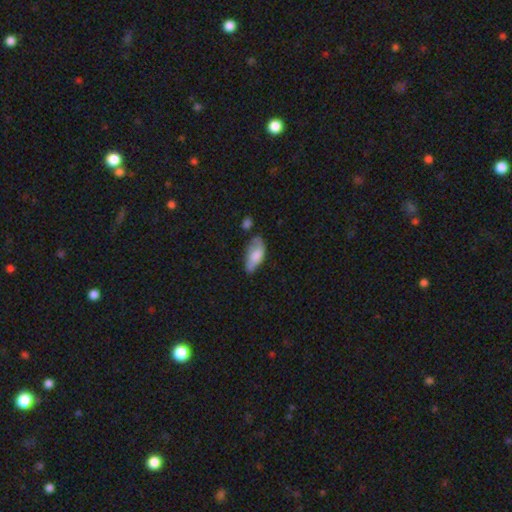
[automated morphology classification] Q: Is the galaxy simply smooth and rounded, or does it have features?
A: smooth — 63%.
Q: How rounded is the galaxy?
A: in between — 87%.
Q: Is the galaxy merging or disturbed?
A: none — 48%.